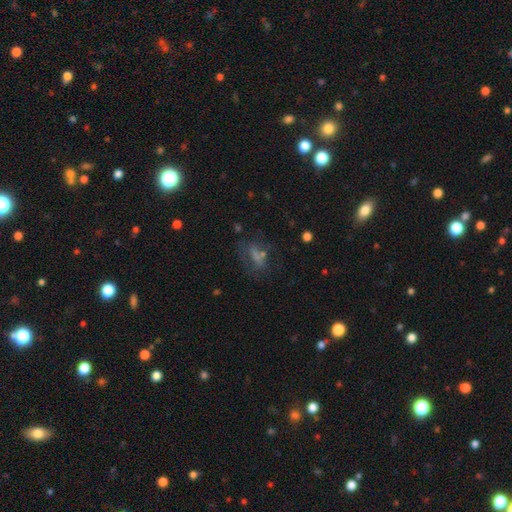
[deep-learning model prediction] smooth-or-featured: smooth: 39% | star or artifact: 33% | featured or disk: 28%
  merging: none: 55% | major disturbance: 21% | minor disturbance: 19% | merger: 6%